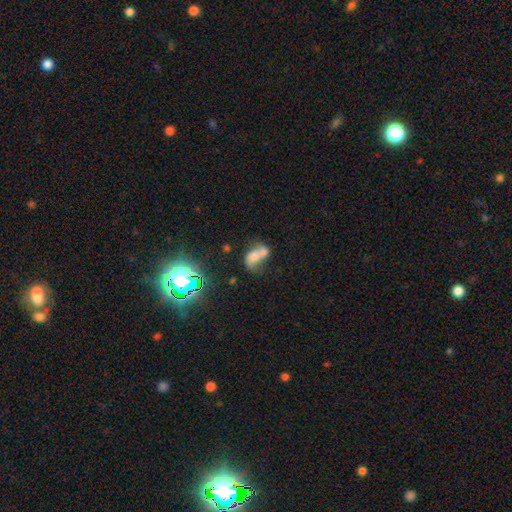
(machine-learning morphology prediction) This appears to be a smooth galaxy with no disk features (58%) that is in between round and cigar-shaped (79%). Merging: merger (64%).